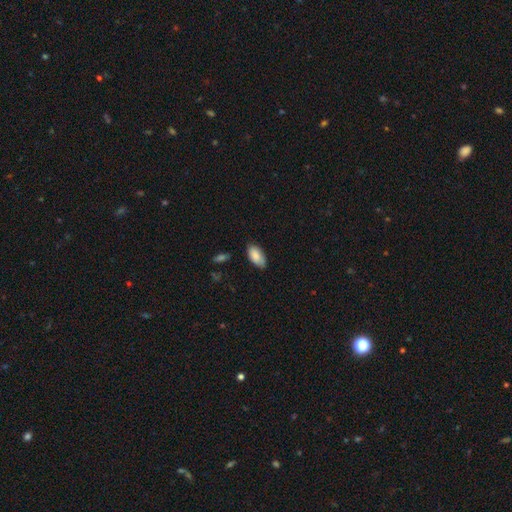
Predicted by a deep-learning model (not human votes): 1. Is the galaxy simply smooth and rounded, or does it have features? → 86% smooth, 8% featured or disk, 6% star or artifact.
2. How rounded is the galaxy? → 95% in between, 3% cigar-shaped, 2% round.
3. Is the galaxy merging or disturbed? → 78% none, 18% minor disturbance, 3% major disturbance, 2% merger.